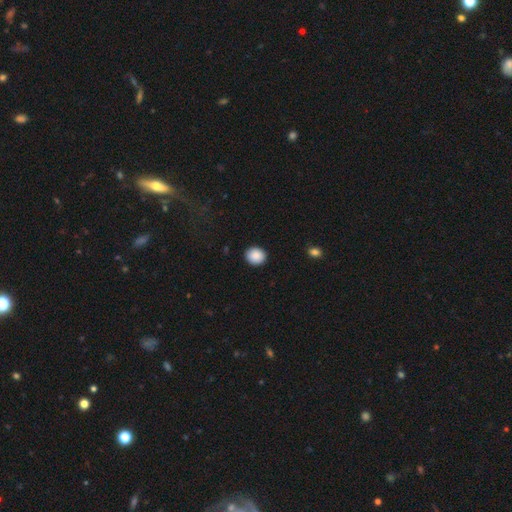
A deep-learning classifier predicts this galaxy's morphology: This appears to be a smooth galaxy with no disk features (89%) that is round (75%). Merging: none (91%).